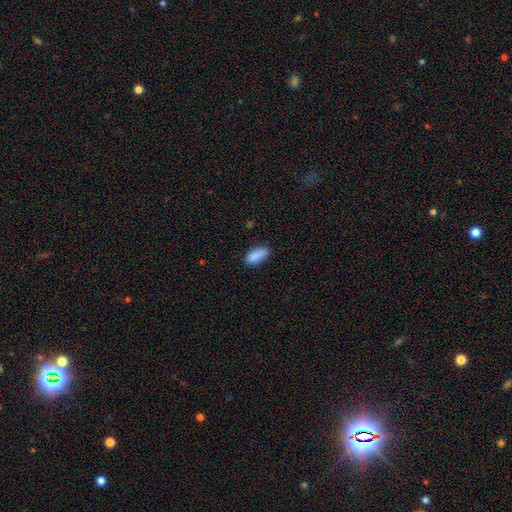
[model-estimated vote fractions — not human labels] Smooth or featured? smooth (88%)
How rounded? in between (81%)
Merging? none (71%)